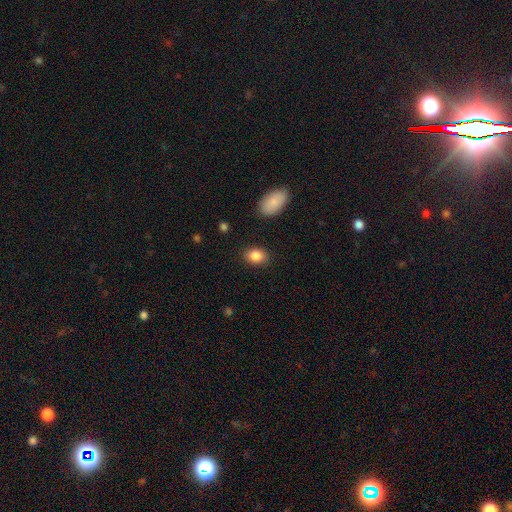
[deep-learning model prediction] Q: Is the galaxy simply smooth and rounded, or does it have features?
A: smooth — 86%.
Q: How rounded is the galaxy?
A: in between — 74%.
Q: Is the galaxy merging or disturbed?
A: none — 86%.